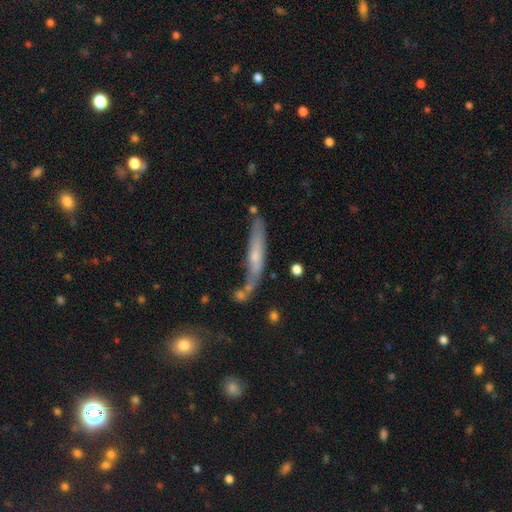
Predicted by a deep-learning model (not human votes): smooth 47%, featured or disk 46%, star or artifact 7%. Down the decision tree: merging — none (56%).